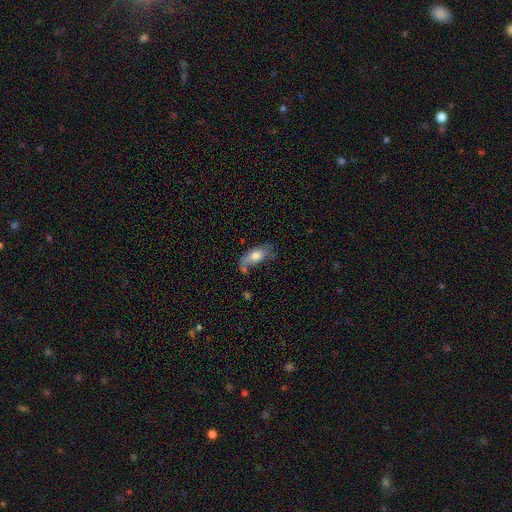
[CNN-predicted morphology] type=smooth (72%); roundness=in between (84%); merging=none (49%).